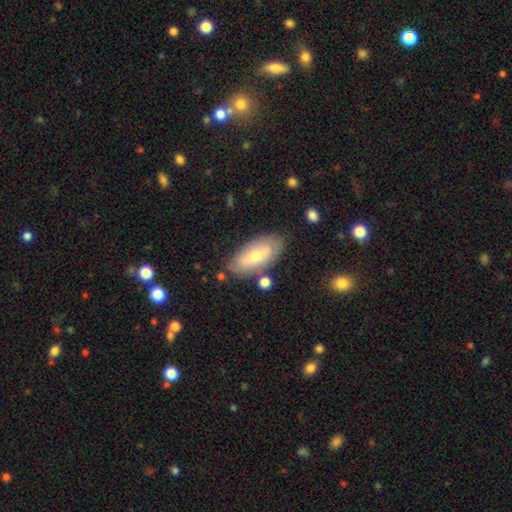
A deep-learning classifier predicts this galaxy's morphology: smooth-or-featured: smooth: 57% | featured or disk: 36% | star or artifact: 7%
  how-rounded: in between: 87% | cigar-shaped: 10% | round: 3%
  merging: none: 78% | minor disturbance: 15% | merger: 4% | major disturbance: 3%